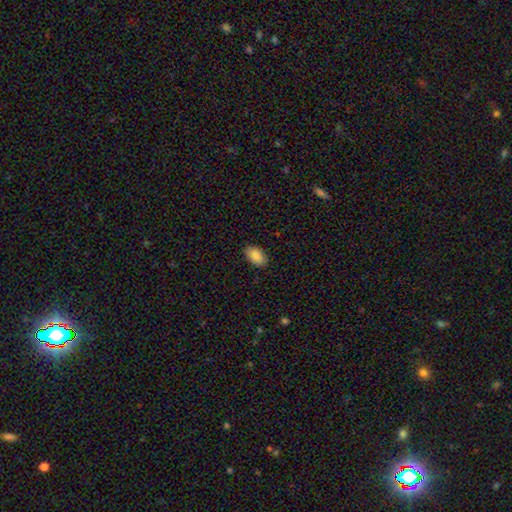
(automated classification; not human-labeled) The model was most divided on "merging": none: 89%, minor disturbance: 9%, major disturbance: 2%, merger: 1%. More confident: how rounded — in between (94%); smooth or featured — smooth (87%).